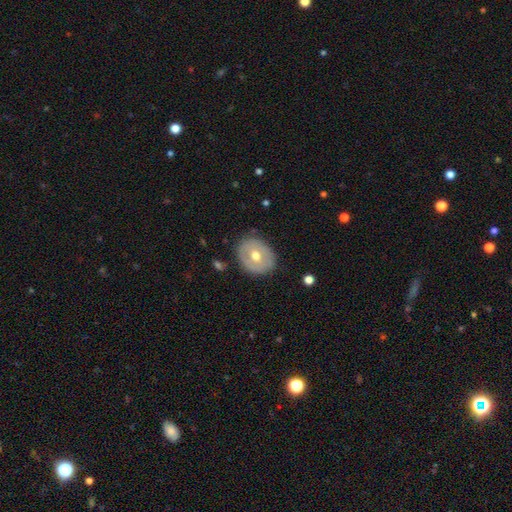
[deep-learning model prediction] This is possibly a smooth galaxy (50%). How rounded: likely round (61%). Merging: clearly none (81%).